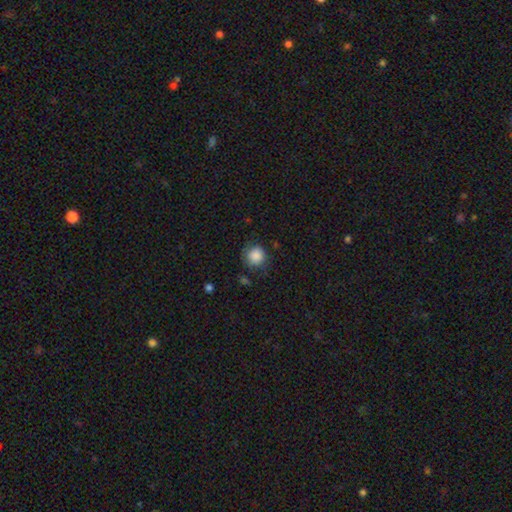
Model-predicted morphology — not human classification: smooth-or-featured: smooth: 87% | star or artifact: 9% | featured or disk: 5%
  how-rounded: round: 90% | in between: 10% | cigar-shaped: 1%
  merging: none: 73% | minor disturbance: 19% | major disturbance: 6% | merger: 2%